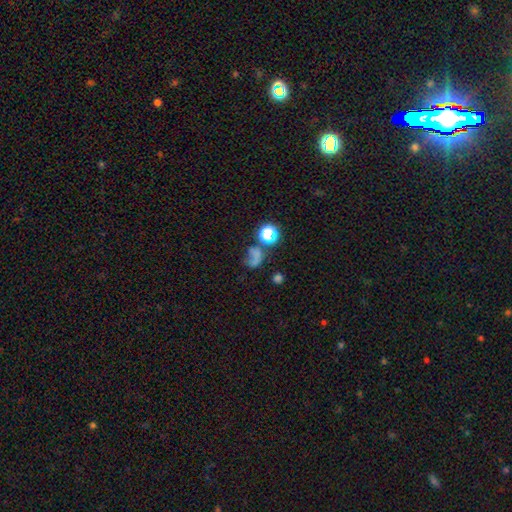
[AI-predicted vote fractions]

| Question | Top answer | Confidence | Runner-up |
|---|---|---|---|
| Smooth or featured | smooth | 49% | star or artifact (28%) |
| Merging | none | 35% | major disturbance (32%) |